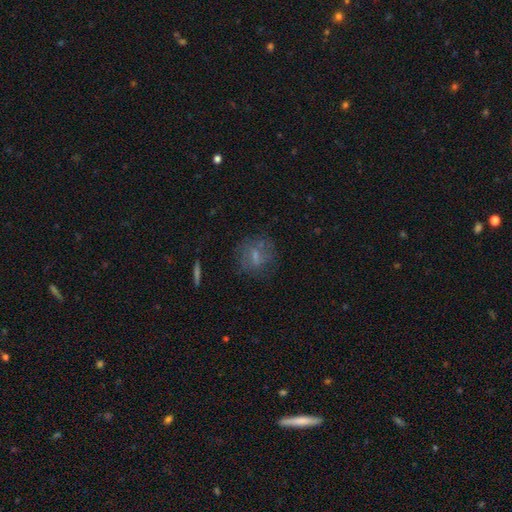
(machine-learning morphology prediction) A smooth galaxy with no disk features (47%). Merging: none (67%).